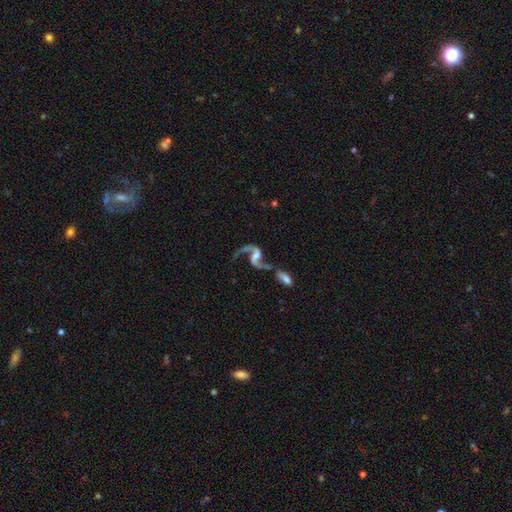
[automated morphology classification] A featured or disk galaxy (89%) with a weak bar (44%), 2 (90%) loose (82%) spiral arms (95%) and a moderate central bulge (33%).

Vote fractions:
- Smooth or featured? featured or disk: 89% / star or artifact: 6% / smooth: 6%
- Edge-on disk? no: 96% / yes: 4%
- Bar? weak: 44% / no: 35% / strong: 21%
- Spiral arms? yes: 95% / no: 5%
- Spiral winding? loose: 82% / medium: 15% / tight: 3%
- Spiral arm count? 2: 90% / 1: 6% / can't tell: 2% / 3: 1% / 4: 1% / more than 4: 1%
- Bulge size? moderate: 33% / small: 31% / none: 25% / large: 9% / dominant: 2%
- Merging? none: 43% / merger: 29% / major disturbance: 15% / minor disturbance: 13%